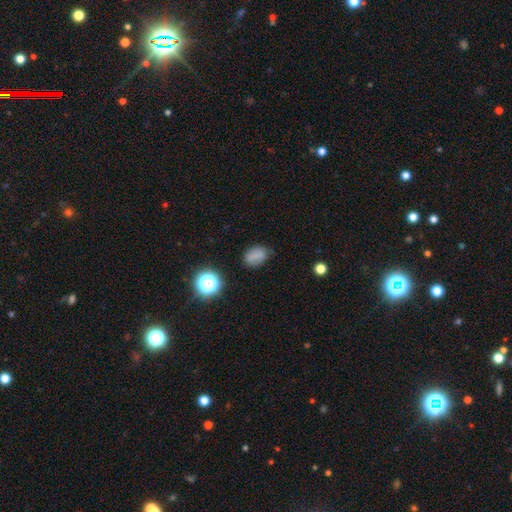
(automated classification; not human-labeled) A smooth galaxy with no disk features (75%) that is in between round and cigar-shaped (75%).

Vote fractions:
- Smooth or featured? smooth: 75% / star or artifact: 15% / featured or disk: 10%
- How rounded? in between: 75% / round: 24% / cigar-shaped: 2%
- Merging? none: 74% / minor disturbance: 19% / major disturbance: 5% / merger: 2%